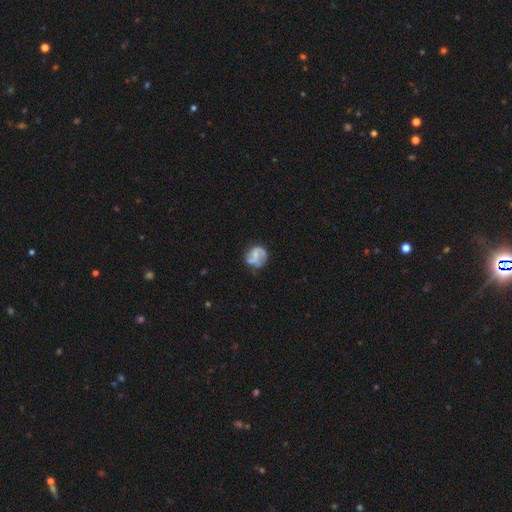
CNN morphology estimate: Smooth or featured: featured or disk — 60% (smooth — 33%)
Edge-on disk: no — 98% (yes — 2%)
Bar: no — 54% (weak — 36%)
Spiral arms: yes — 77% (no — 23%)
Bulge size: small — 48% (moderate — 26%)
Merging: none — 59% (minor disturbance — 24%)